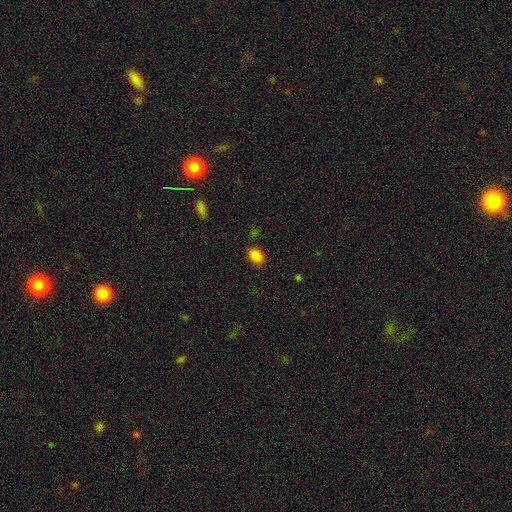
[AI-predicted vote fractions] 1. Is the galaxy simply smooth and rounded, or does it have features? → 84% smooth, 11% star or artifact, 4% featured or disk.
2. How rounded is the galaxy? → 74% in between, 25% round, 1% cigar-shaped.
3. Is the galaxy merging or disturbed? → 85% none, 10% minor disturbance, 3% major disturbance, 2% merger.